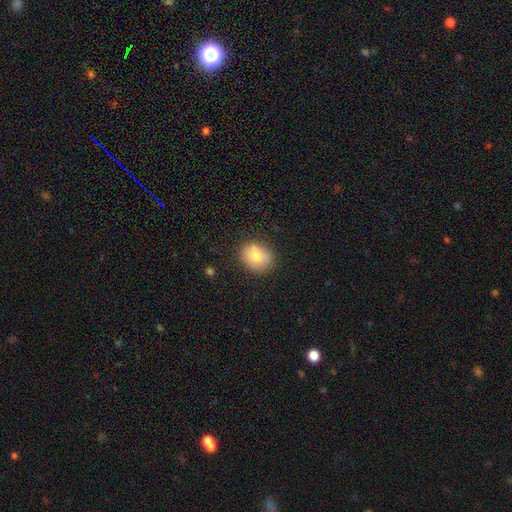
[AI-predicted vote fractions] Smooth or featured: smooth — 78% (featured or disk — 13%)
How rounded: round — 58% (in between — 41%)
Merging: none — 77% (minor disturbance — 16%)